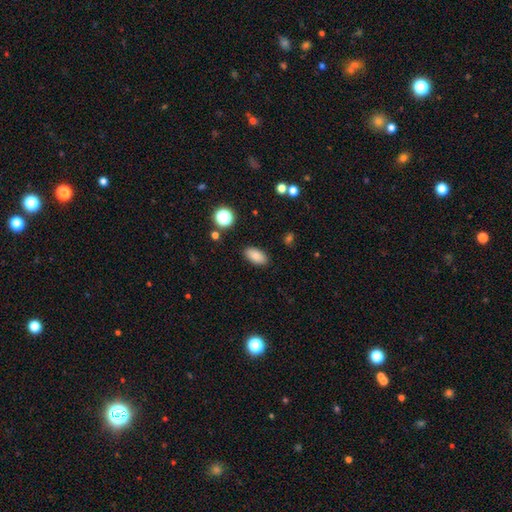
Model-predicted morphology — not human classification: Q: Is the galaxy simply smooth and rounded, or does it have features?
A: smooth — 85%.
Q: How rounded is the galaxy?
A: in between — 92%.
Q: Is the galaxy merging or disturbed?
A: none — 88%.